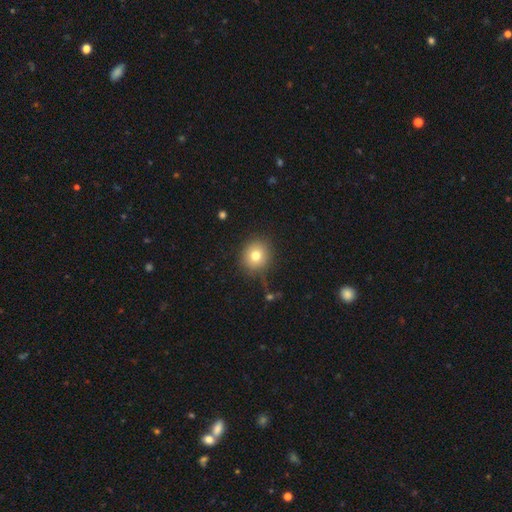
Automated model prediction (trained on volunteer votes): smooth 77%, star or artifact 12%, featured or disk 11%. Down the decision tree: how rounded — round (88%); merging — none (83%).